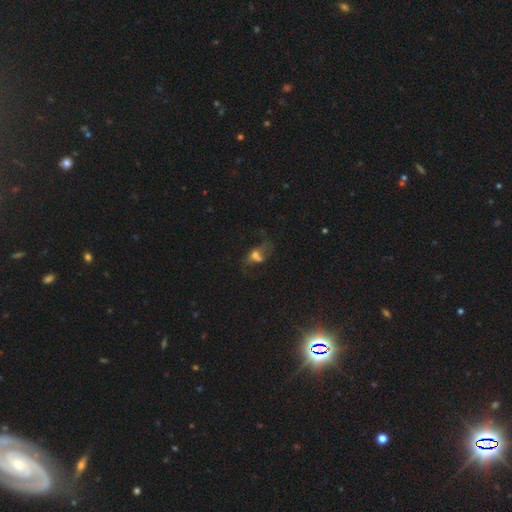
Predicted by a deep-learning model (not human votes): Smooth or featured? featured or disk (41%)
Merging? merger (34%)